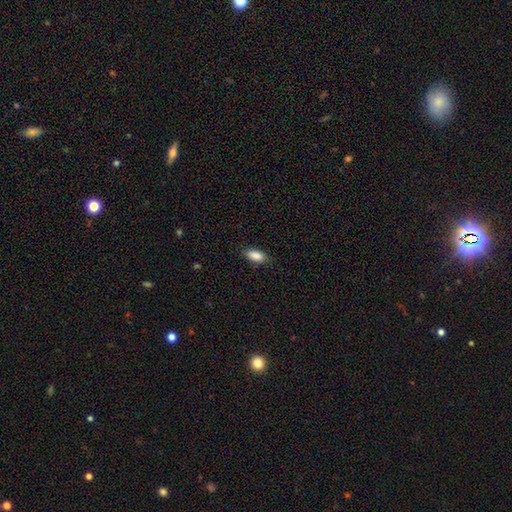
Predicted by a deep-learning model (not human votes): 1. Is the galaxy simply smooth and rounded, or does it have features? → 88% smooth, 7% star or artifact, 5% featured or disk.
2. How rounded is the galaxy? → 87% in between, 10% cigar-shaped, 3% round.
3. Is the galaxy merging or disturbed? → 83% none, 13% minor disturbance, 3% major disturbance, 1% merger.